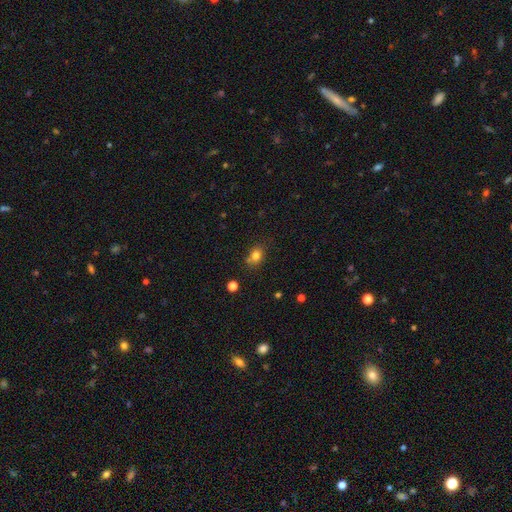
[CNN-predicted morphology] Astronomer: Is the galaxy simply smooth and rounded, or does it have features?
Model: smooth — 78%.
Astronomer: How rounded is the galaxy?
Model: in between — 50% (runner-up: round, 49%).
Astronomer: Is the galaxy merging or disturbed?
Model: none — 64%.